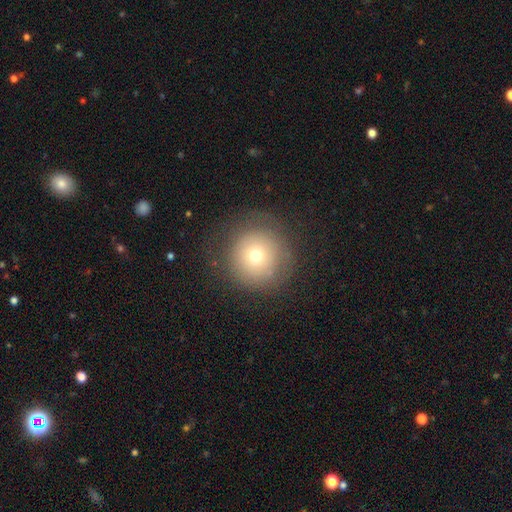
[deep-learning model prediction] A smooth galaxy with no disk features (67%) that is round (95%). Merging: none (77%).